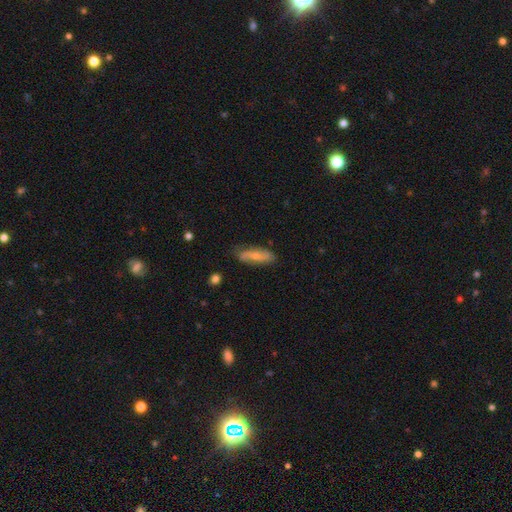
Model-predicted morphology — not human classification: Smooth or featured? smooth (54%)
How rounded? in between (53%)
Merging? none (74%)